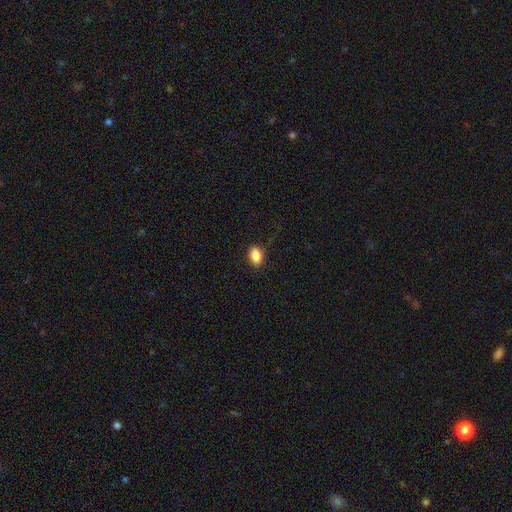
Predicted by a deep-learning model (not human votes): Smooth or featured? smooth (87%)
How rounded? in between (85%)
Merging? none (83%)